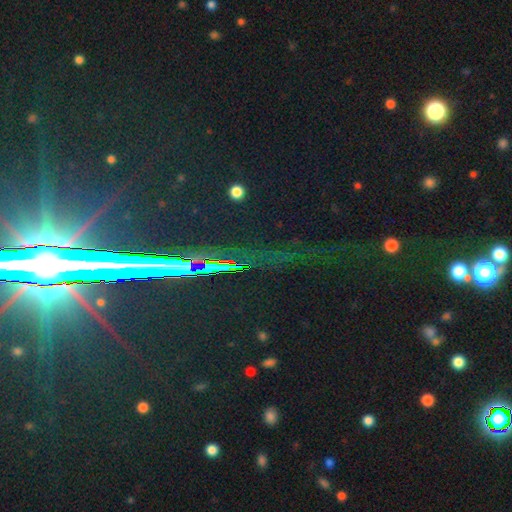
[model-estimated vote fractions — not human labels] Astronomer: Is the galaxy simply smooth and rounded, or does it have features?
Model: star or artifact — 78%.